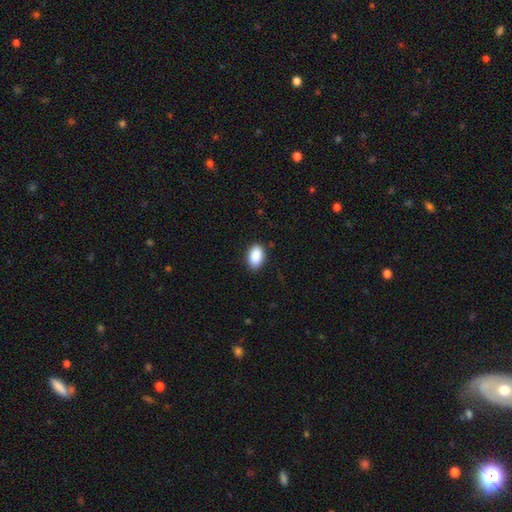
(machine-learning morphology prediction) This appears to be a smooth galaxy with no disk features (90%) that is in between round and cigar-shaped (91%). Merging: none (87%).